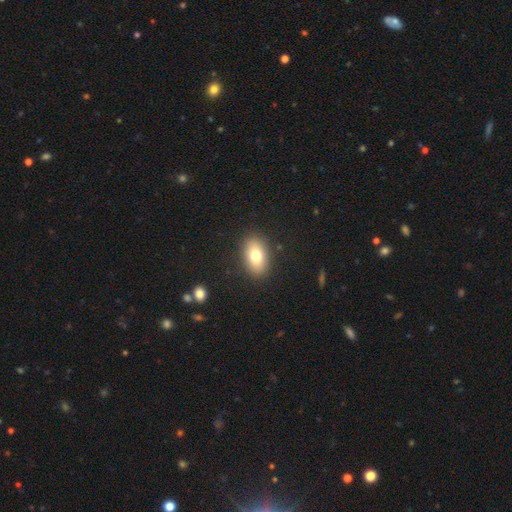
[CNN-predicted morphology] Smooth or featured? Predicted: smooth (p=0.77). How rounded? Predicted: in between (p=0.89). Merging? Predicted: none (p=0.88).